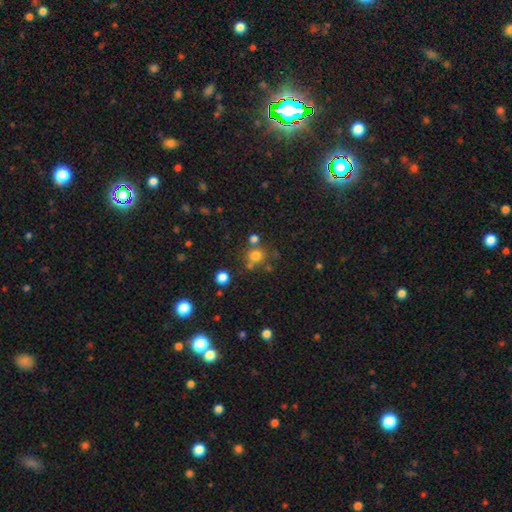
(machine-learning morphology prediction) A smooth galaxy with no disk features (72%) that is round (88%).

Vote fractions:
- Smooth or featured? smooth: 72% / star or artifact: 18% / featured or disk: 10%
- How rounded? round: 88% / in between: 11% / cigar-shaped: 1%
- Merging? none: 65% / merger: 20% / minor disturbance: 10% / major disturbance: 5%